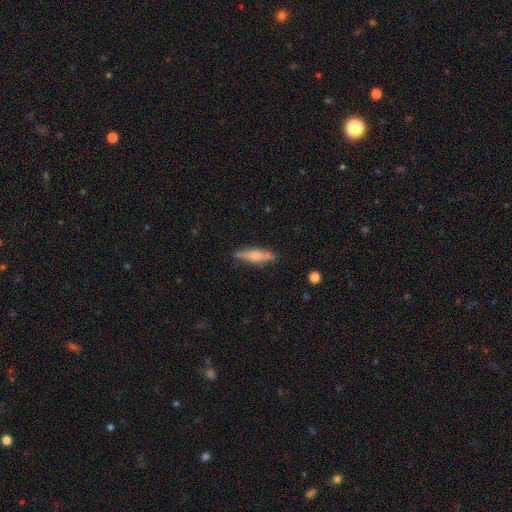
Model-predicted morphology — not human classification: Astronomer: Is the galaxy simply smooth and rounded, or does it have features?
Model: smooth — 53% (runner-up: featured or disk, 40%).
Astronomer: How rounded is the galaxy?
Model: cigar-shaped — 74%.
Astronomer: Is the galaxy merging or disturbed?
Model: none — 84%.